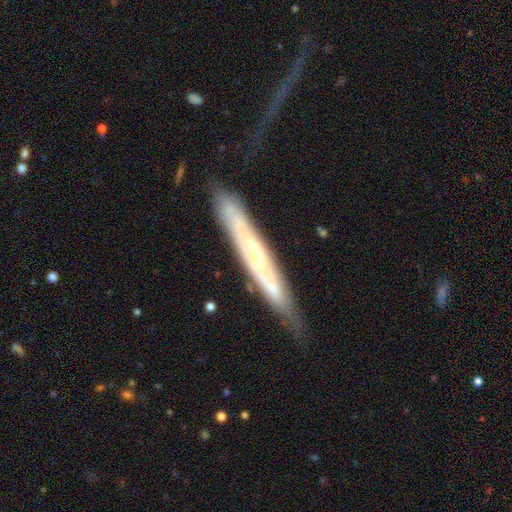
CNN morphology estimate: A featured or disk galaxy (68%) viewed edge-on (70%).

Vote fractions:
- Smooth or featured? featured or disk: 68% / smooth: 25% / star or artifact: 7%
- Edge-on disk? yes: 70% / no: 30%
- Merging? none: 68% / minor disturbance: 21% / major disturbance: 8% / merger: 3%